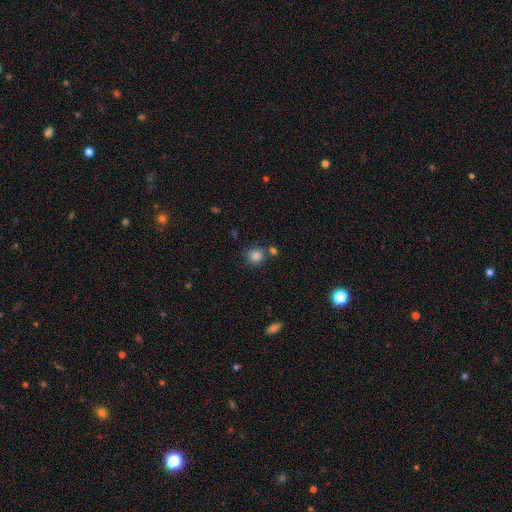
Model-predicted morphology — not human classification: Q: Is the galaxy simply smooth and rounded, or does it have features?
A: smooth — 85%.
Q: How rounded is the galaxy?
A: round — 82%.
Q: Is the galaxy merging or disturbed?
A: none — 73%.